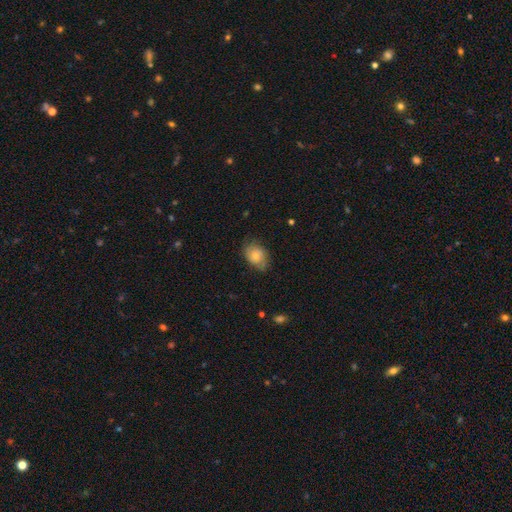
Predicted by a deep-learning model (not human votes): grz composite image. It shows a smooth galaxy with no disk features (67%) that is in between round and cigar-shaped (70%). Merging: none (65%).